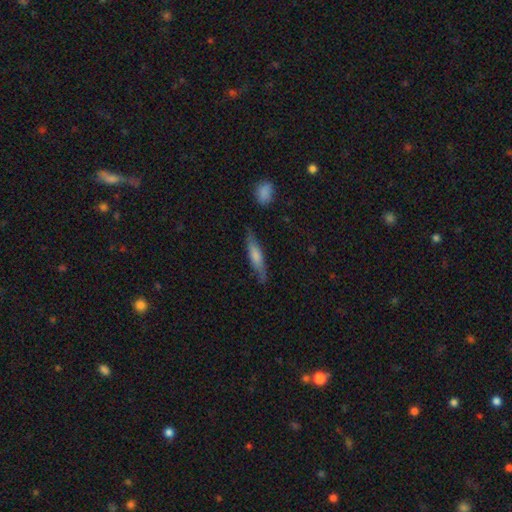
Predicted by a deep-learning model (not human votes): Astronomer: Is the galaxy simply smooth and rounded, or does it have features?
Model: smooth — 61%.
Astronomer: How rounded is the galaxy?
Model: cigar-shaped — 80%.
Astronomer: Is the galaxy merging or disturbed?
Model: none — 75%.